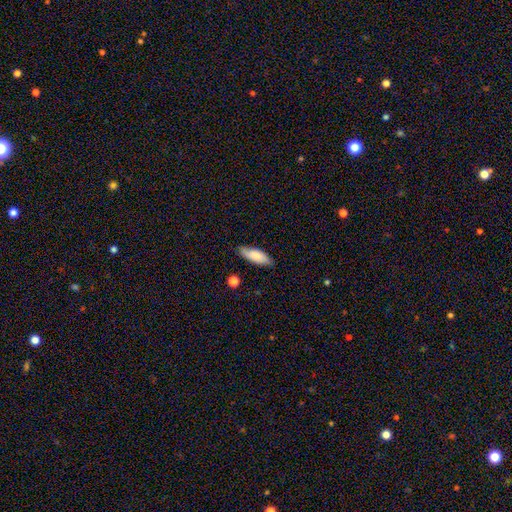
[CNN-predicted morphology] A smooth galaxy with no disk features (80%) that is in between round and cigar-shaped (69%). Merging: none (80%).